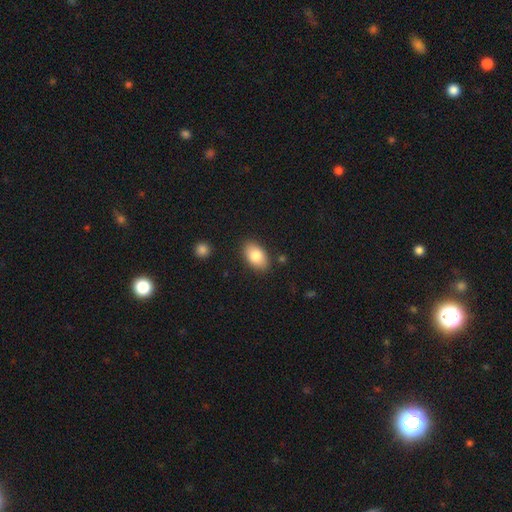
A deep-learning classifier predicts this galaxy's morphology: smooth_or_featured: smooth (p=0.81) [alt: featured or disk p=0.12]
how_rounded: in between (p=0.91) [alt: round p=0.07]
merging: none (p=0.85) [alt: minor disturbance p=0.10]